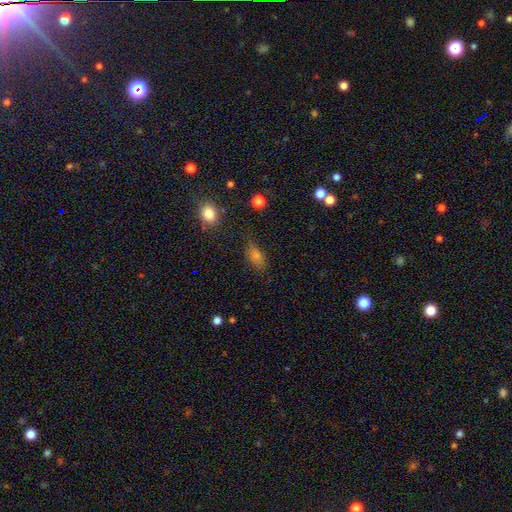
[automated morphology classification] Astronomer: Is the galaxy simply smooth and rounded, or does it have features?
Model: smooth — 71%.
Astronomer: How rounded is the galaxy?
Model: in between — 78%.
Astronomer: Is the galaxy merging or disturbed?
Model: none — 71%.